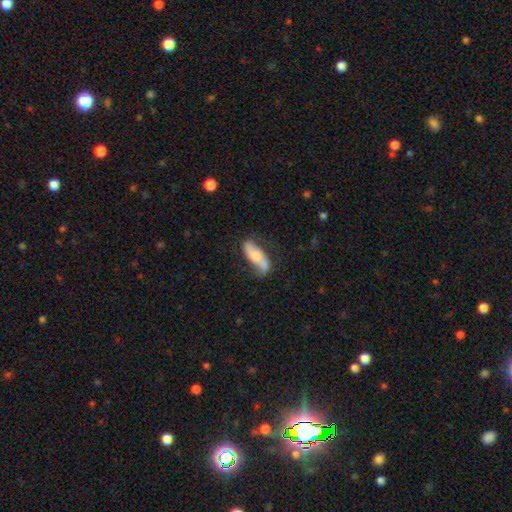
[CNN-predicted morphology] smooth_or_featured: featured or disk (p=0.51) [alt: smooth p=0.43]
disk_edge_on: no (p=0.78) [alt: yes p=0.22]
merging: none (p=0.61) [alt: minor disturbance p=0.24]